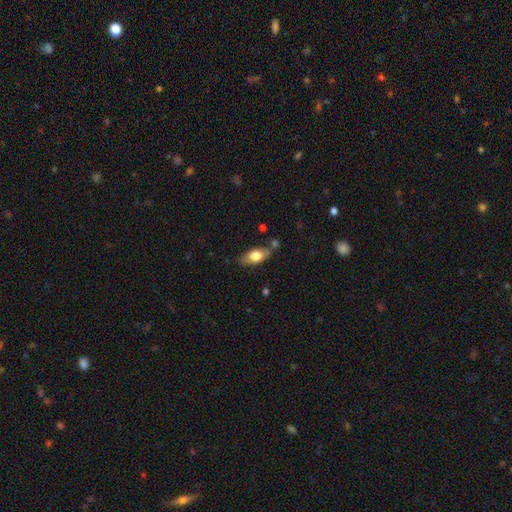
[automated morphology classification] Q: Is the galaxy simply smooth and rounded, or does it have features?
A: smooth — 70%.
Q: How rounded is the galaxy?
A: in between — 84%.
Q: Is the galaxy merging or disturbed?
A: none — 71%.